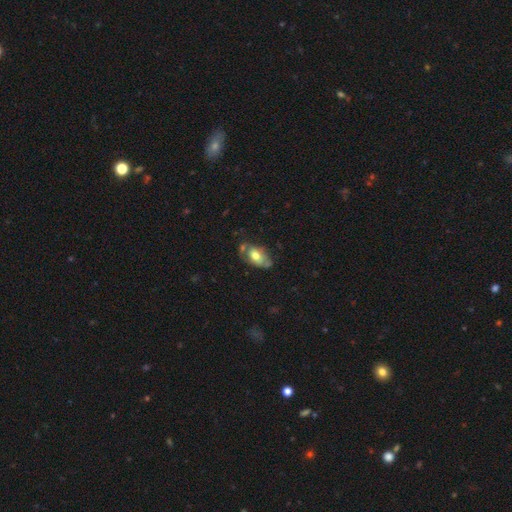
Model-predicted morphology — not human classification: type=smooth (58%); roundness=in between (88%); merging=none (45%).